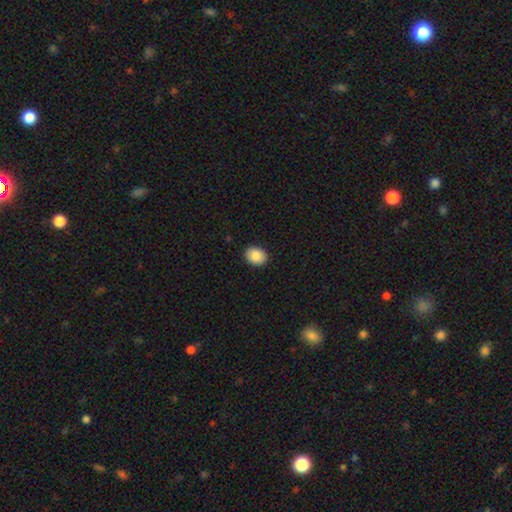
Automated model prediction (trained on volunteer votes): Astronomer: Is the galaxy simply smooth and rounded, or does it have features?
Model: smooth — 87%.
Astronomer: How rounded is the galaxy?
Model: in between — 55% (runner-up: round, 44%).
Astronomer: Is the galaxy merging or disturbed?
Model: none — 91%.